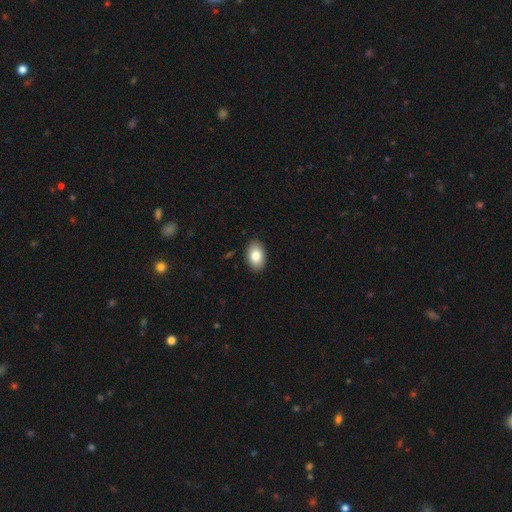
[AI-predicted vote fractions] This appears to be a smooth galaxy with no disk features (84%) that is in between round and cigar-shaped (88%). Merging: none (89%).